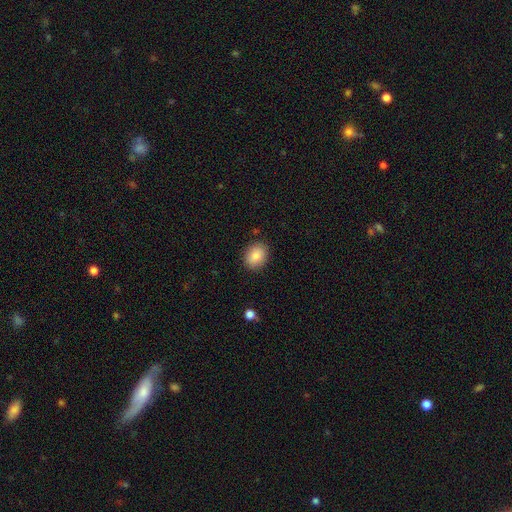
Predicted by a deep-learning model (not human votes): Smooth or featured? Predicted: smooth (p=0.83). How rounded? Predicted: in between (p=0.51). Merging? Predicted: none (p=0.87).